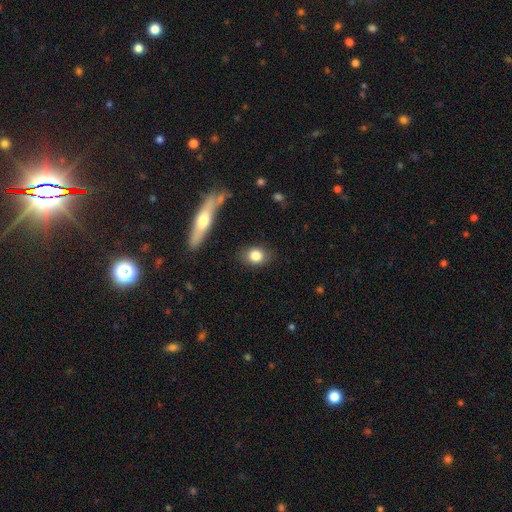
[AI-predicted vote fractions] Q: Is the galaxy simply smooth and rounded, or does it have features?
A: smooth — 82%.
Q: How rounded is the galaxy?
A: in between — 52%.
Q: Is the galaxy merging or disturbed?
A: none — 84%.